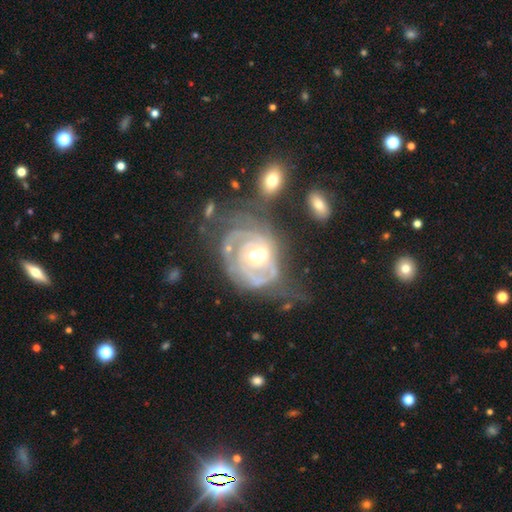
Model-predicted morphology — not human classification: Q: Smooth or featured?
A: featured or disk (87%); runner-up: smooth (7%)
Q: Edge-on disk?
A: no (97%); runner-up: yes (3%)
Q: Bar?
A: no (63%); runner-up: weak (29%)
Q: Spiral arms?
A: yes (91%); runner-up: no (9%)
Q: Spiral winding?
A: tight (64%); runner-up: medium (28%)
Q: Spiral arm count?
A: can't tell (35%); runner-up: 2 (29%)
Q: Bulge size?
A: moderate (58%); runner-up: small (35%)
Q: Merging?
A: none (35%); runner-up: major disturbance (27%)